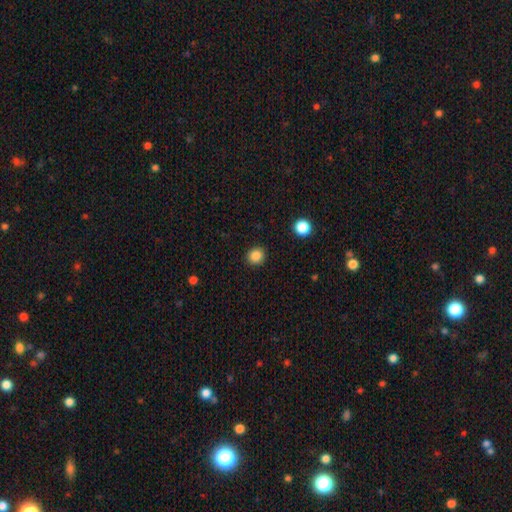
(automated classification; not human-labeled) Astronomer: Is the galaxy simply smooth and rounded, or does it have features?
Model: smooth — 85%.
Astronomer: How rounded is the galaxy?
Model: round — 76%.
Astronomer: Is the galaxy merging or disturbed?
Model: none — 91%.